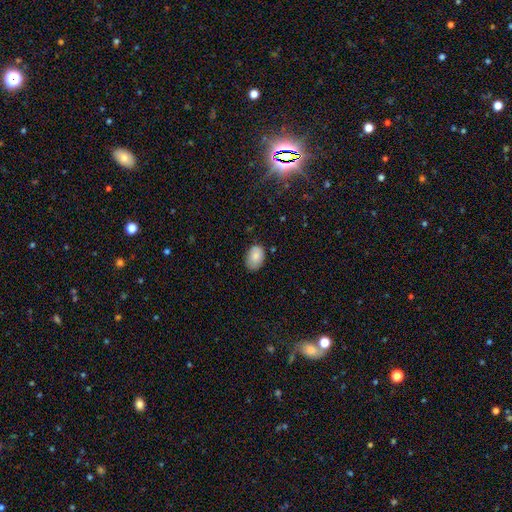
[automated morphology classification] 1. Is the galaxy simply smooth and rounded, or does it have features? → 83% smooth, 10% featured or disk, 7% star or artifact.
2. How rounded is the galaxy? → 85% in between, 14% round, 1% cigar-shaped.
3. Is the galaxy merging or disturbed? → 76% none, 19% minor disturbance, 3% major disturbance, 1% merger.